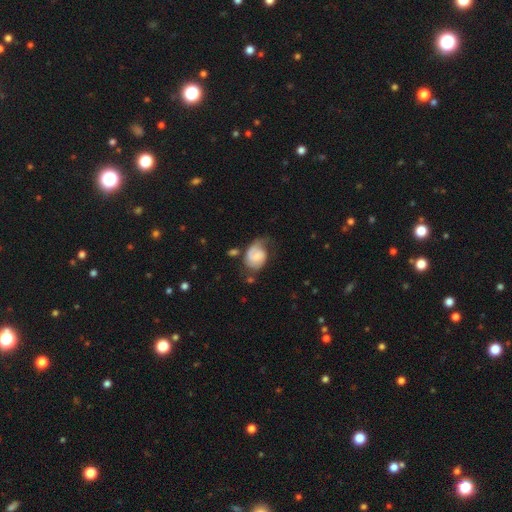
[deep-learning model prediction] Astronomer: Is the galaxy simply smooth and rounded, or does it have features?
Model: featured or disk — 60%.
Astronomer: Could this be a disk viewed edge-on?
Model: no — 98%.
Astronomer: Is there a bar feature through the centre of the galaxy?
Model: no — 53% (runner-up: weak, 39%).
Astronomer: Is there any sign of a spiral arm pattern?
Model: yes — 88%.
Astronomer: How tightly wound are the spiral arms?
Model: medium — 40% (runner-up: tight, 35%).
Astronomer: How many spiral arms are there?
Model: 2 — 49% (runner-up: 1, 36%).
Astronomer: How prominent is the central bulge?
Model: small — 43% (runner-up: moderate, 26%).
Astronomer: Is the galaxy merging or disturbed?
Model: none — 41% (runner-up: minor disturbance, 29%).